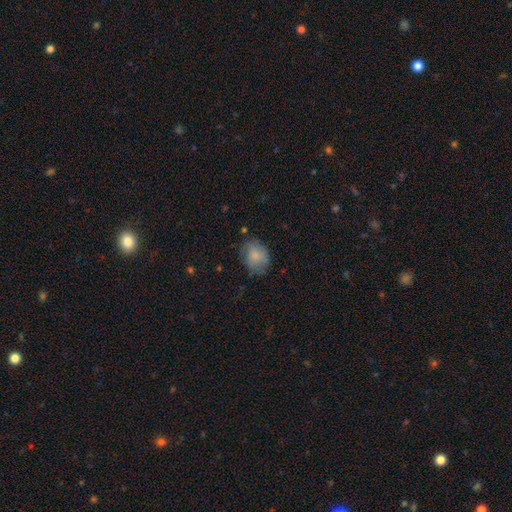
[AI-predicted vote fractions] Smooth or featured?
  - smooth: 80% *
  - featured or disk: 12%
  - star or artifact: 8%
How rounded?
  - in between: 54% *
  - round: 45%
  - cigar-shaped: 1%
Merging?
  - none: 65% *
  - minor disturbance: 26%
  - major disturbance: 8%
  - merger: 2%